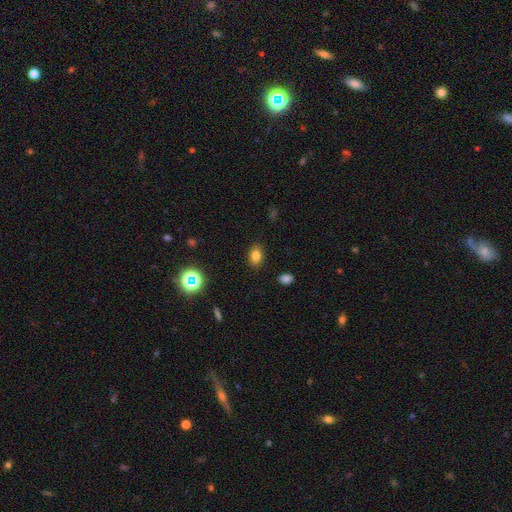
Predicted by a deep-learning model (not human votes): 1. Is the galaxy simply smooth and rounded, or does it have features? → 79% smooth, 13% star or artifact, 8% featured or disk.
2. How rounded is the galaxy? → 75% in between, 24% round, 1% cigar-shaped.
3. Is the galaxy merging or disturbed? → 86% none, 10% minor disturbance, 3% major disturbance, 1% merger.